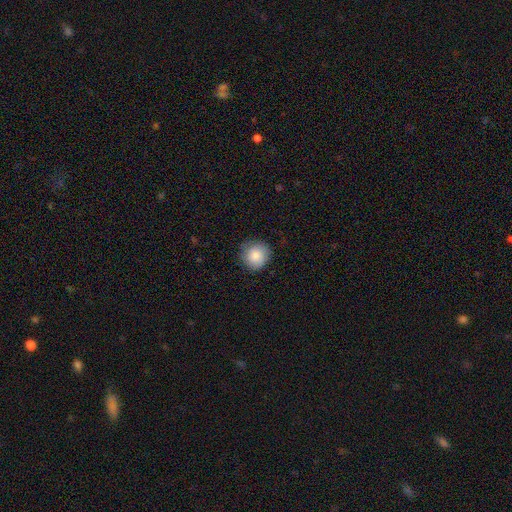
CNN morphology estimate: smooth-or-featured: smooth: 85% | featured or disk: 8% | star or artifact: 7%
  how-rounded: round: 92% | in between: 7% | cigar-shaped: 1%
  merging: none: 81% | minor disturbance: 15% | major disturbance: 3% | merger: 1%